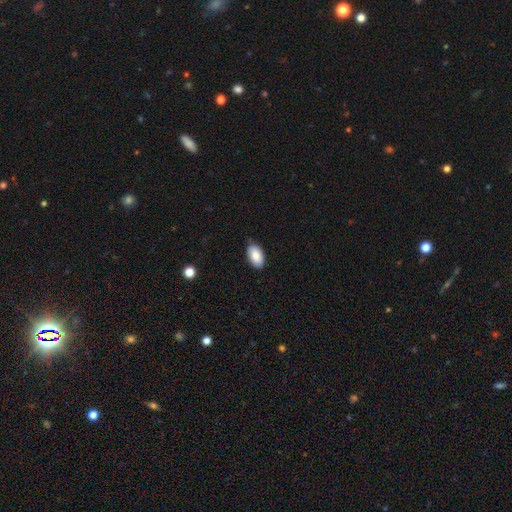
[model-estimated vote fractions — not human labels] Smooth or featured?
  - smooth: 87% *
  - featured or disk: 6%
  - star or artifact: 6%
How rounded?
  - in between: 95% *
  - round: 3%
  - cigar-shaped: 2%
Merging?
  - none: 83% *
  - minor disturbance: 13%
  - major disturbance: 2%
  - merger: 1%